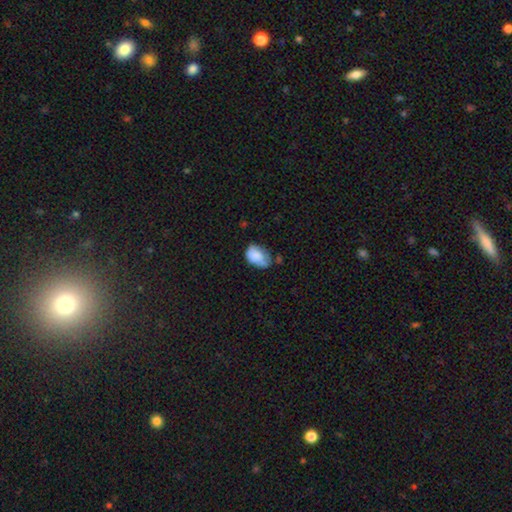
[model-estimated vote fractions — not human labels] A smooth galaxy with no disk features (74%) that is in between round and cigar-shaped (84%).

Vote fractions:
- Smooth or featured? smooth: 74% / featured or disk: 18% / star or artifact: 8%
- How rounded? in between: 84% / round: 15% / cigar-shaped: 1%
- Merging? minor disturbance: 41% / none: 37% / major disturbance: 16% / merger: 6%